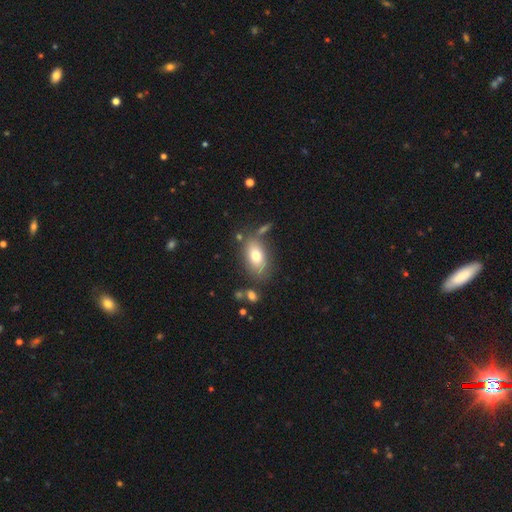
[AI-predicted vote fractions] This appears to be a smooth galaxy with no disk features (74%) that is in between round and cigar-shaped (88%). Merging: none (71%).